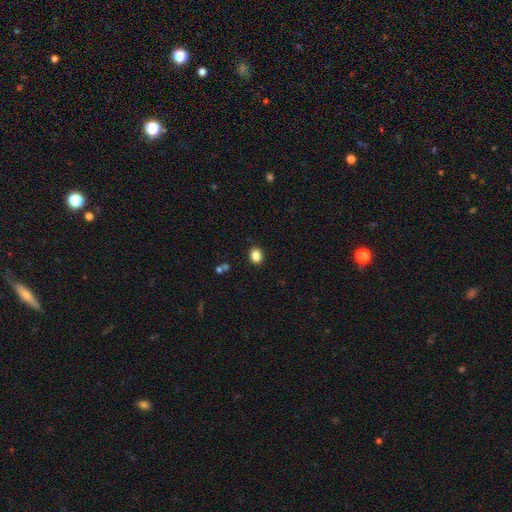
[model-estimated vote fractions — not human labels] This appears to be a smooth galaxy with no disk features (86%) that is in between round and cigar-shaped (53%). Merging: none (89%).